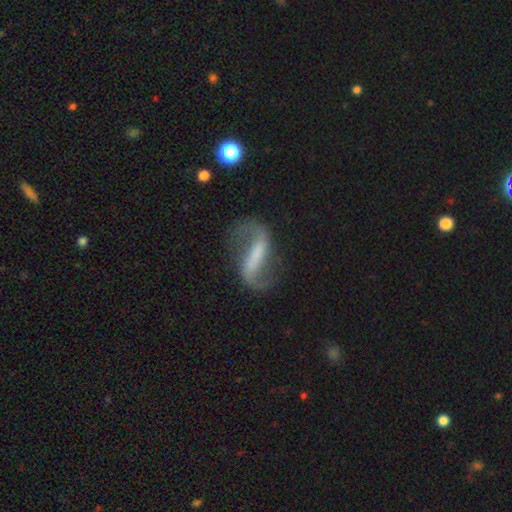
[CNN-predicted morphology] A featured or disk galaxy (83%) with a strong bar (65%), 2 (91%) loose (77%) spiral arms (93%) and no central bulge (56%).

Vote fractions:
- Smooth or featured? featured or disk: 83% / smooth: 10% / star or artifact: 7%
- Edge-on disk? no: 95% / yes: 5%
- Bar? strong: 65% / weak: 24% / no: 11%
- Spiral arms? yes: 93% / no: 7%
- Spiral winding? loose: 77% / medium: 18% / tight: 4%
- Spiral arm count? 2: 91% / 1: 4% / can't tell: 2% / 3: 1% / 4: 1% / more than 4: 1%
- Bulge size? none: 56% / small: 20% / moderate: 14% / large: 8% / dominant: 3%
- Merging? none: 70% / minor disturbance: 15% / major disturbance: 13% / merger: 3%